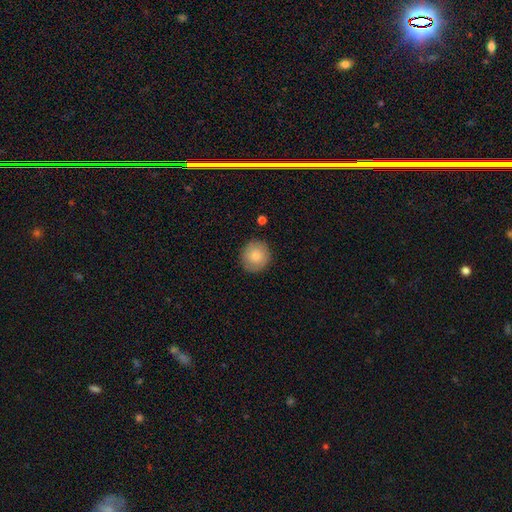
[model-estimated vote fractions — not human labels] A smooth galaxy with no disk features (81%) that is round (90%). Merging: none (88%).